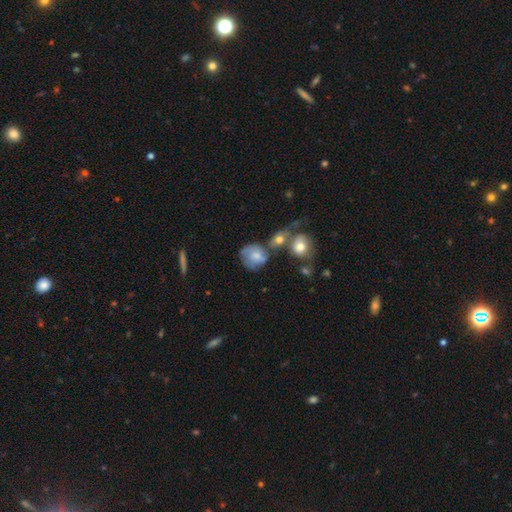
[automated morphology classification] smooth 57%, featured or disk 35%, star or artifact 8%. Down the decision tree: how rounded — round (70%); merging — none (39%).